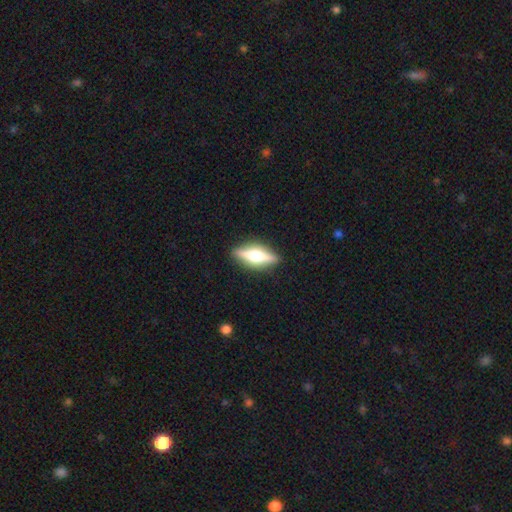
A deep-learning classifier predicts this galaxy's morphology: featured or disk 65%, smooth 29%, star or artifact 6%. Down the decision tree: edge-on disk — yes (95%); edge-on bulge — rounded (88%); merging — none (89%).